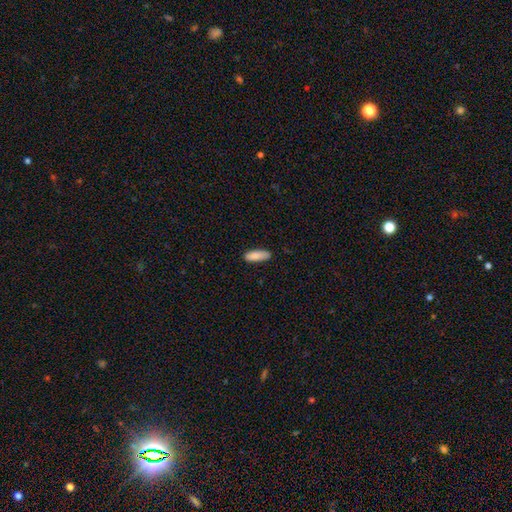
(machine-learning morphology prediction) Smooth or featured?
  - smooth: 87% *
  - featured or disk: 7%
  - star or artifact: 6%
How rounded?
  - in between: 62% *
  - cigar-shaped: 36%
  - round: 2%
Merging?
  - none: 84% *
  - minor disturbance: 13%
  - major disturbance: 2%
  - merger: 1%